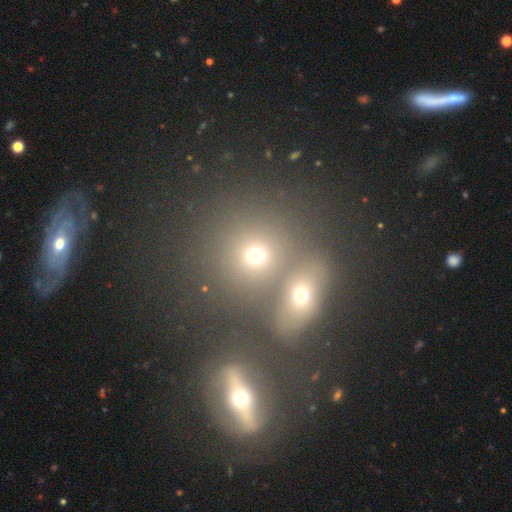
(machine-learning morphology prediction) smooth_or_featured: smooth (p=0.70) [alt: star or artifact p=0.18]
how_rounded: round (p=0.82) [alt: in between p=0.17]
merging: merger (p=0.46) [alt: none p=0.44]